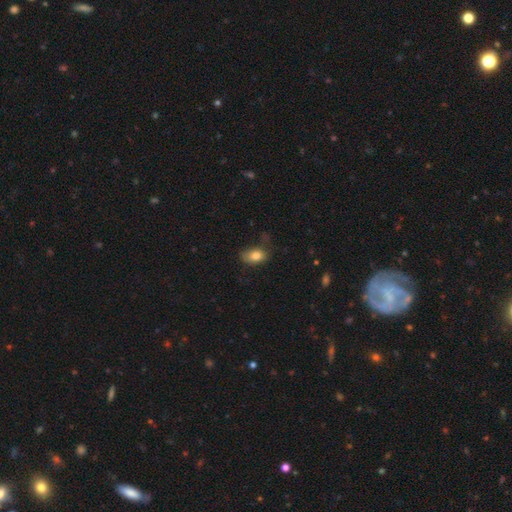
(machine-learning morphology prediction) This appears to be a smooth galaxy with no disk features (81%) that is in between round and cigar-shaped (87%). Merging: none (53%).